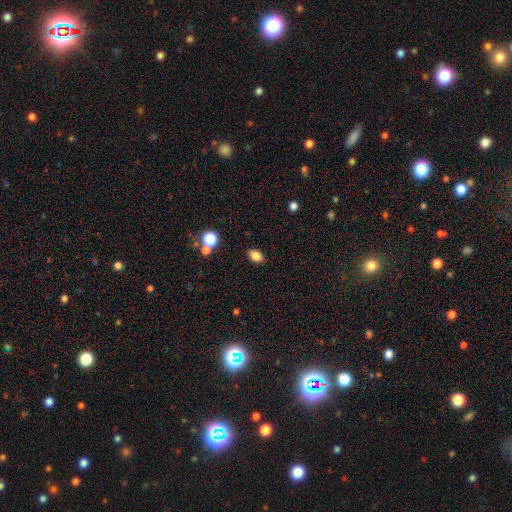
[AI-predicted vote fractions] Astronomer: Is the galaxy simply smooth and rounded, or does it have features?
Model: smooth — 84%.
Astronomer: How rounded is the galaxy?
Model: in between — 81%.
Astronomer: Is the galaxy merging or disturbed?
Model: none — 87%.